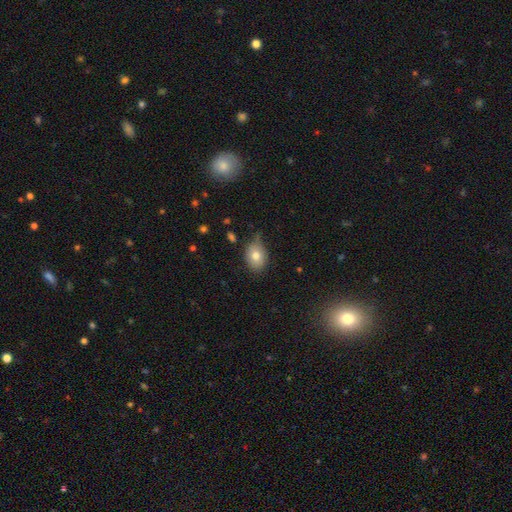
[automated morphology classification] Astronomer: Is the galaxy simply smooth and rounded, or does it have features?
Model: smooth — 77%.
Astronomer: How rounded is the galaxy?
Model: in between — 63%.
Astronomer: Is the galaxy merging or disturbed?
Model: none — 60%.